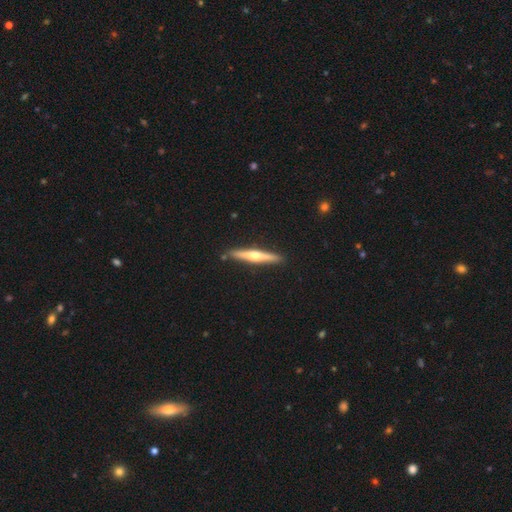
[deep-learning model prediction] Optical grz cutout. It shows a featured or disk galaxy (62%) viewed edge-on (97%) with a rounded central bulge (87%). Merging: none (88%).